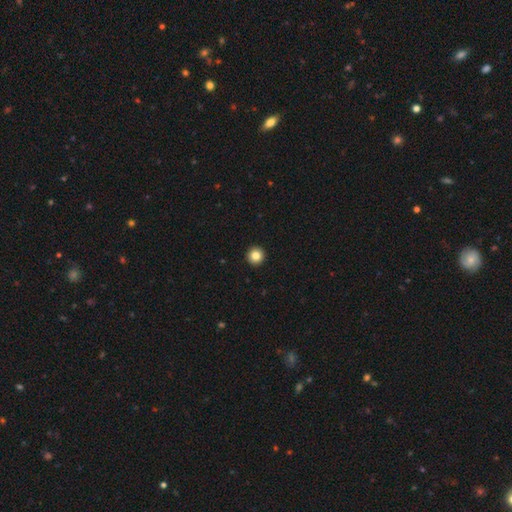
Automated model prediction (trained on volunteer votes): smooth_or_featured: smooth (p=0.84) [alt: star or artifact p=0.10]
how_rounded: round (p=0.97) [alt: in between p=0.02]
merging: none (p=0.95) [alt: minor disturbance p=0.03]